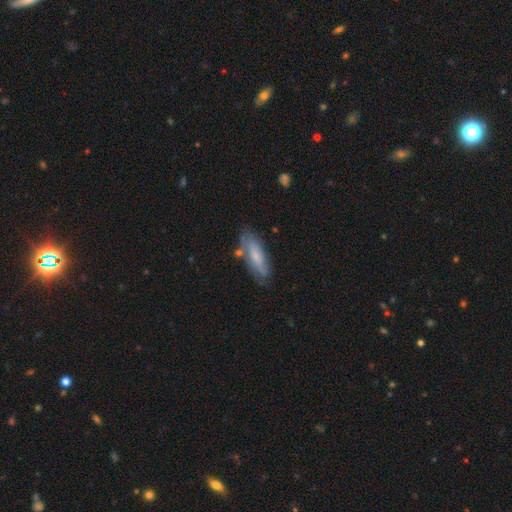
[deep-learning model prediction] Smooth or featured: smooth — 62% (featured or disk — 31%)
How rounded: in between — 50% (cigar-shaped — 48%)
Merging: none — 69% (minor disturbance — 20%)